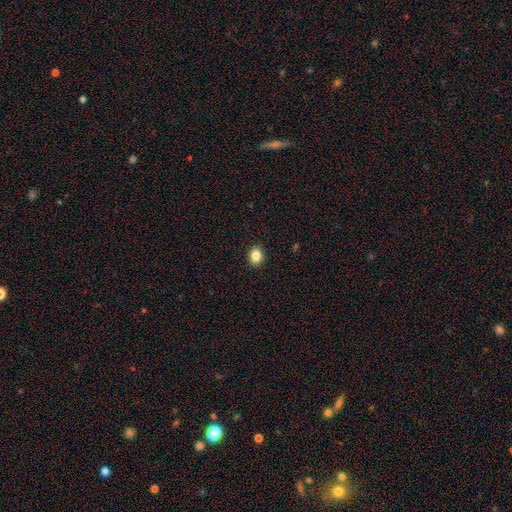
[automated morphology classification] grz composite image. It shows a smooth galaxy with no disk features (85%) that is round (53%). Merging: none (91%).